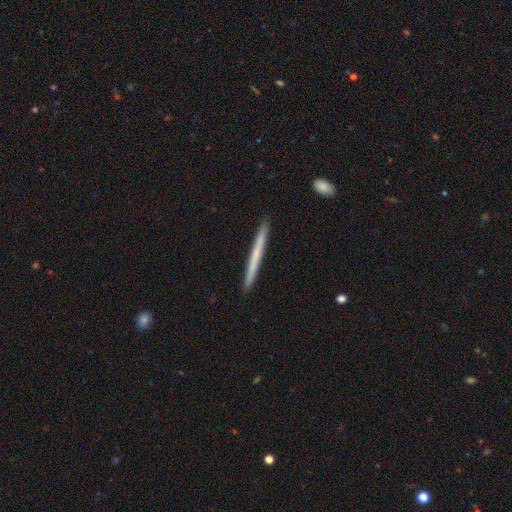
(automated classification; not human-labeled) Smooth or featured? Predicted: smooth (p=0.55). How rounded? Predicted: cigar-shaped (p=0.97). Merging? Predicted: none (p=0.93).